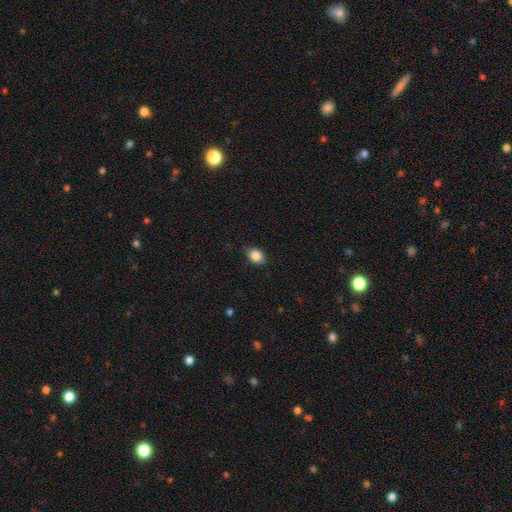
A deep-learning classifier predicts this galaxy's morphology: smooth 86%, star or artifact 8%, featured or disk 5%. Down the decision tree: how rounded — in between (75%); merging — none (83%).